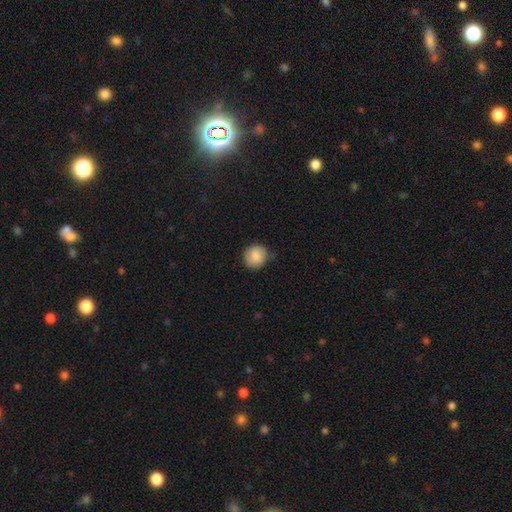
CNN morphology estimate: Overall: smooth (85%). How rounded: round (84%). Merging: none (73%).